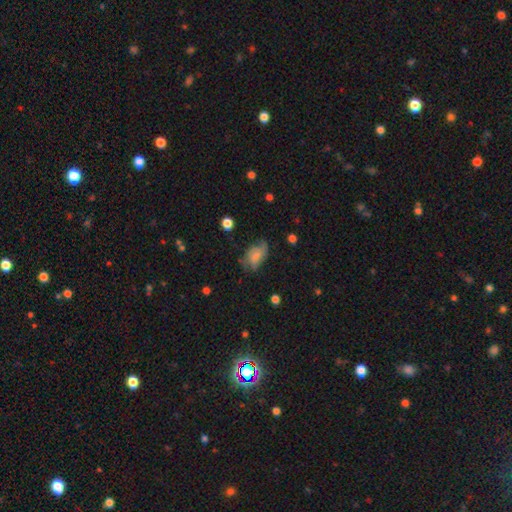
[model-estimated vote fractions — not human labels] The model was most divided on "merging": none: 48%, minor disturbance: 33%, major disturbance: 17%, merger: 2%. More confident: how rounded — in between (89%); smooth or featured — smooth (61%).